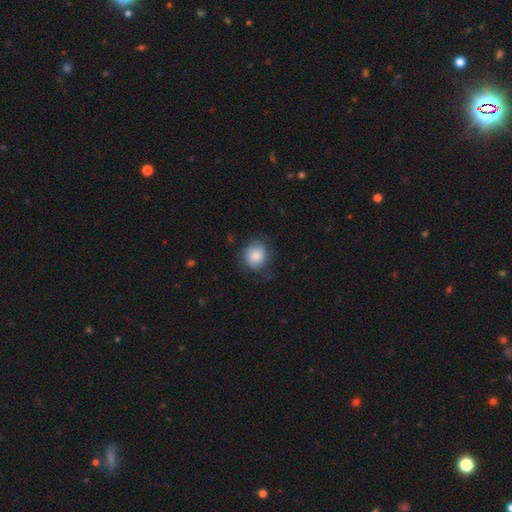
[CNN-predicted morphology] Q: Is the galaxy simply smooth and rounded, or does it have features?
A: smooth — 75%.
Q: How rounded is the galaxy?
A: round — 84%.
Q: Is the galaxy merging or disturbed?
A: none — 66%.